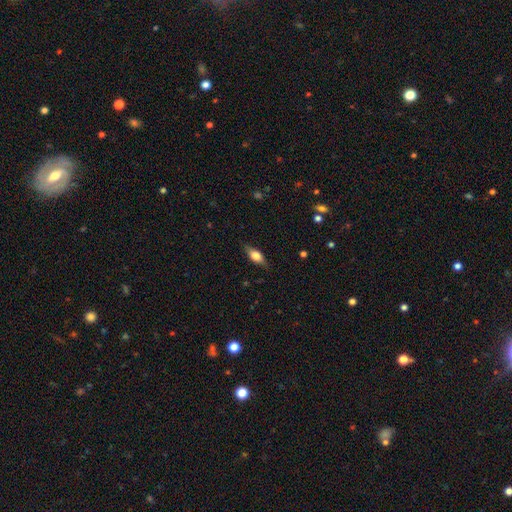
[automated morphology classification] The model was most divided on "smooth or featured": smooth: 66%, featured or disk: 27%, star or artifact: 7%. More confident: merging — none (81%); how rounded — in between (76%).